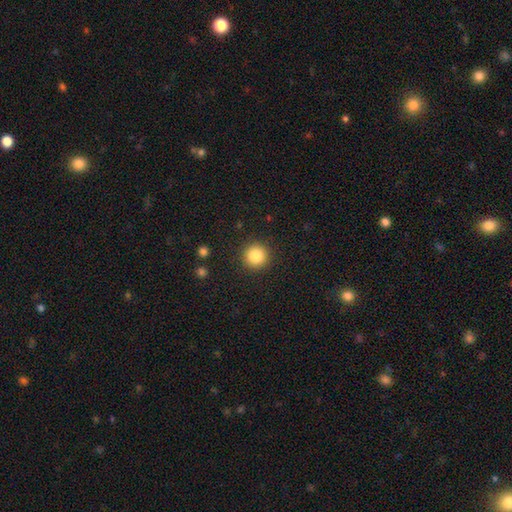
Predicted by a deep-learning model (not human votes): Smooth or featured: smooth — 85% (star or artifact — 10%)
How rounded: round — 95% (in between — 4%)
Merging: none — 91% (minor disturbance — 6%)